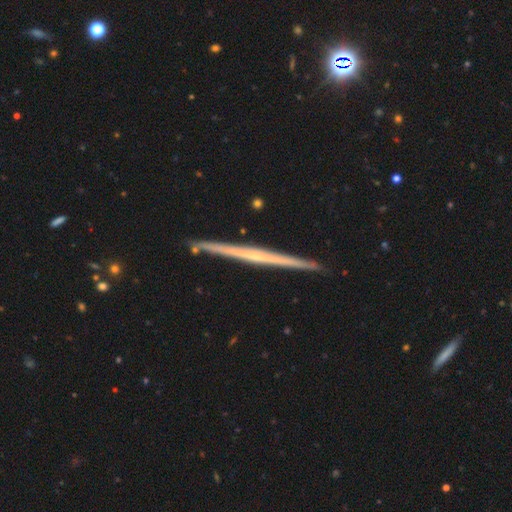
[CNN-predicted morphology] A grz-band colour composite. It shows a featured or disk galaxy (72%) viewed edge-on (98%) with no central bulge (80%). Merging: none (91%).